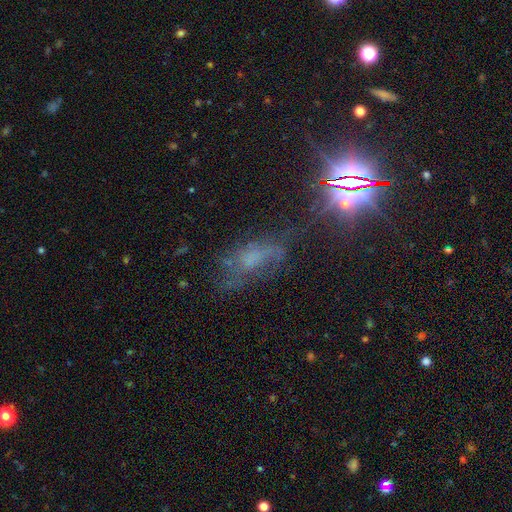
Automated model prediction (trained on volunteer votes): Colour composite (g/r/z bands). It shows a star or artifact, not a galaxy (41%).